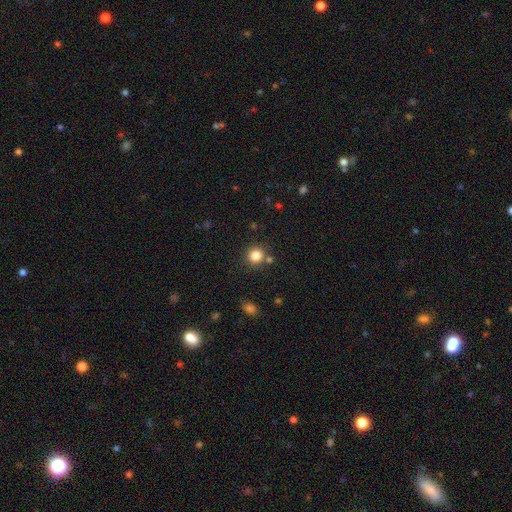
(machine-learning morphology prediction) This is clearly a smooth galaxy (83%). How rounded: clearly round (87%). Merging: clearly none (80%).